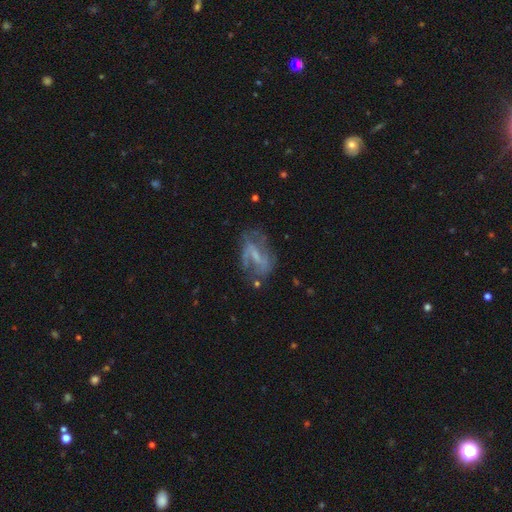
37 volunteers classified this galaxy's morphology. smooth_or_featured: featured or disk (p=0.92) [alt: smooth p=0.08]
disk_edge_on: no (p=0.97) [alt: yes p=0.03]
bar: strong (p=0.42) [alt: weak p=0.39]
has_spiral_arms: yes (p=0.67) [alt: no p=0.33]
spiral_winding: loose (p=0.45) [alt: medium p=0.41]
spiral_arm_count: 2 (p=0.45) [alt: can't tell p=0.23]
bulge_size: none (p=0.52) [alt: small p=0.30]
merging: none (p=0.54) [alt: minor disturbance p=0.27]